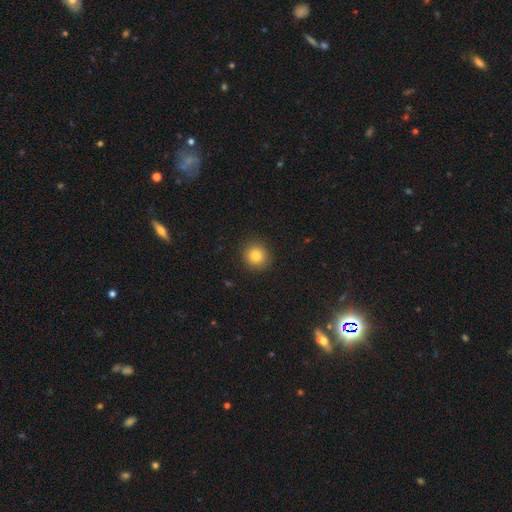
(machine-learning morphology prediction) The model was most divided on "smooth or featured": smooth: 82%, star or artifact: 11%, featured or disk: 7%. More confident: how rounded — round (91%); merging — none (91%).